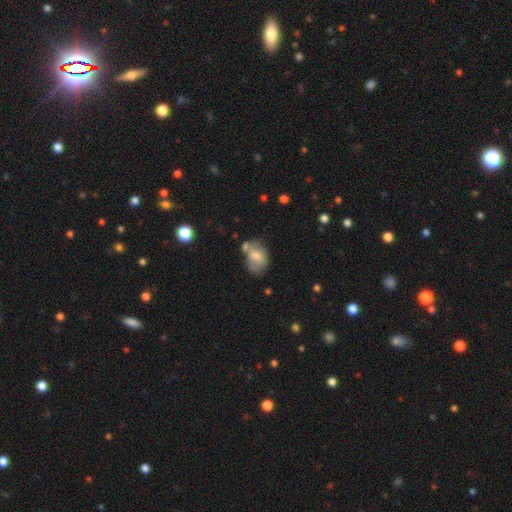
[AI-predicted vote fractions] Q: Smooth or featured?
A: smooth (67%); runner-up: featured or disk (24%)
Q: How rounded?
A: in between (74%); runner-up: round (25%)
Q: Merging?
A: none (38%); runner-up: minor disturbance (27%)